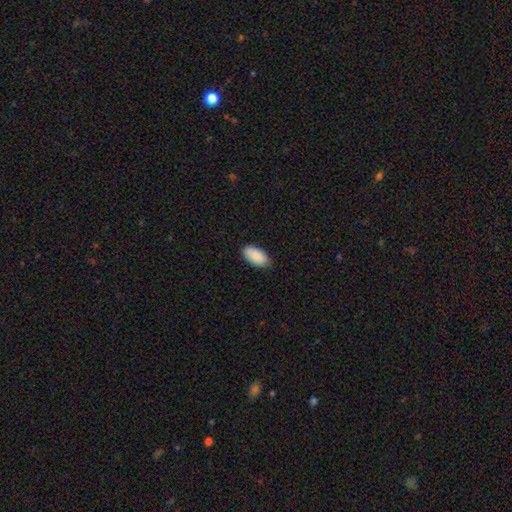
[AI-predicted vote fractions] smooth_or_featured: smooth (p=0.90) [alt: star or artifact p=0.06]
how_rounded: in between (p=0.95) [alt: cigar-shaped p=0.03]
merging: none (p=0.84) [alt: minor disturbance p=0.13]